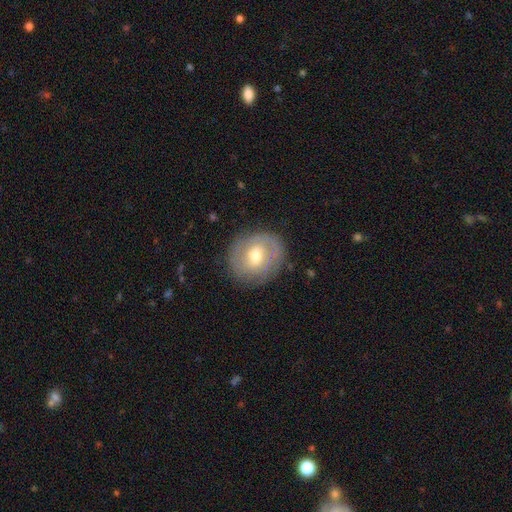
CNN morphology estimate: Smooth or featured: featured or disk — 60% (smooth — 34%)
Edge-on disk: no — 96% (yes — 4%)
Bar: no — 45% (weak — 44%)
Spiral arms: yes — 71% (no — 29%)
Bulge size: moderate — 70% (small — 22%)
Merging: none — 81% (minor disturbance — 13%)